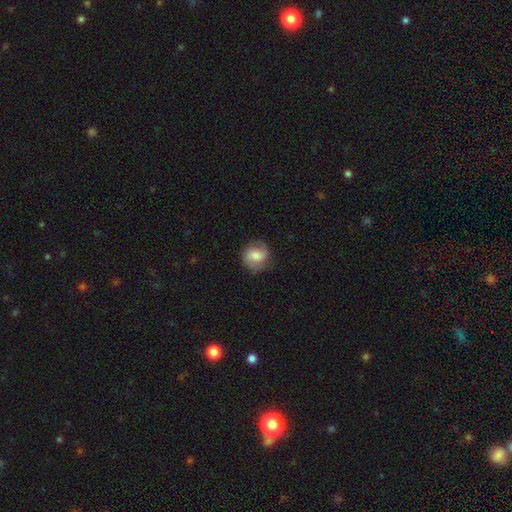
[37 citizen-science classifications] smooth 76%, featured or disk 22%, star or artifact 3%. Down the decision tree: how rounded — round (75%); merging — none (81%).